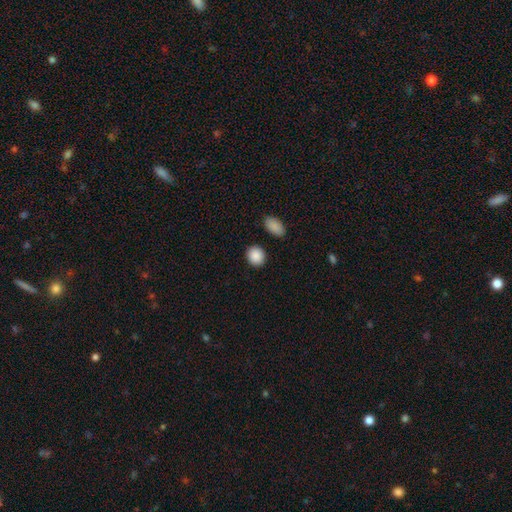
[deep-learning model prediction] smooth_or_featured: smooth (p=0.90) [alt: star or artifact p=0.07]
how_rounded: round (p=0.67) [alt: in between p=0.32]
merging: none (p=0.87) [alt: minor disturbance p=0.07]